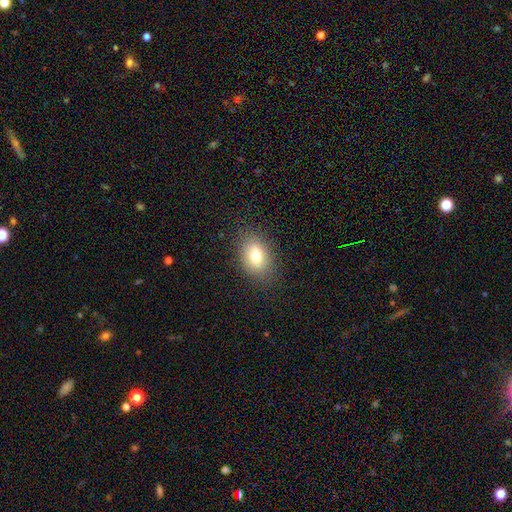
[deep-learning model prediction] smooth-or-featured: smooth: 79% | featured or disk: 12% | star or artifact: 10%
  how-rounded: in between: 77% | round: 22% | cigar-shaped: 1%
  merging: none: 84% | minor disturbance: 11% | major disturbance: 4% | merger: 1%